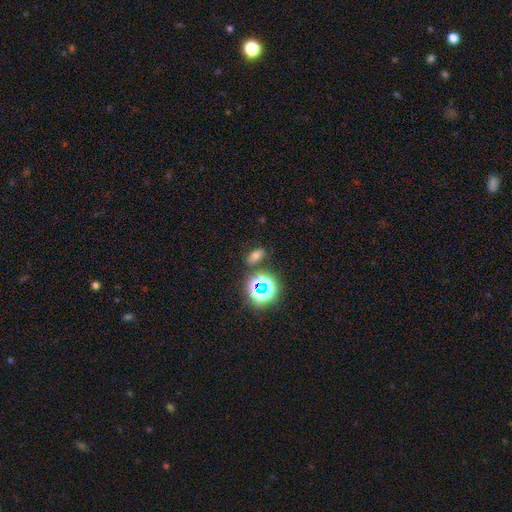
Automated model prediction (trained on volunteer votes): Smooth or featured? Predicted: smooth (p=0.61). How rounded? Predicted: in between (p=0.81). Merging? Predicted: none (p=0.81).